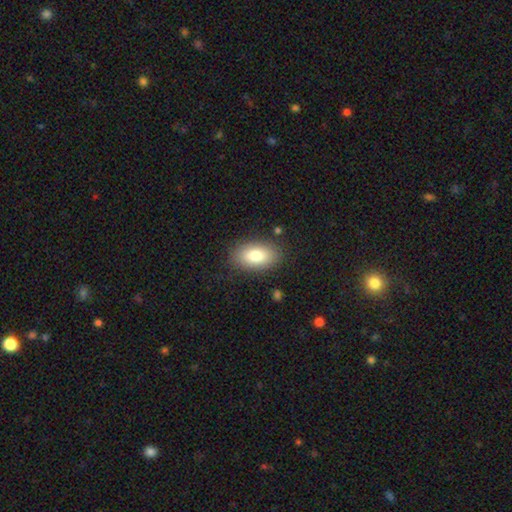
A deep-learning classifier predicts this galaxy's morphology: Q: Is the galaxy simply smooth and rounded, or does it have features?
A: smooth — 81%.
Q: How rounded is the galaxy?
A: in between — 92%.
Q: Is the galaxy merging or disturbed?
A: none — 84%.